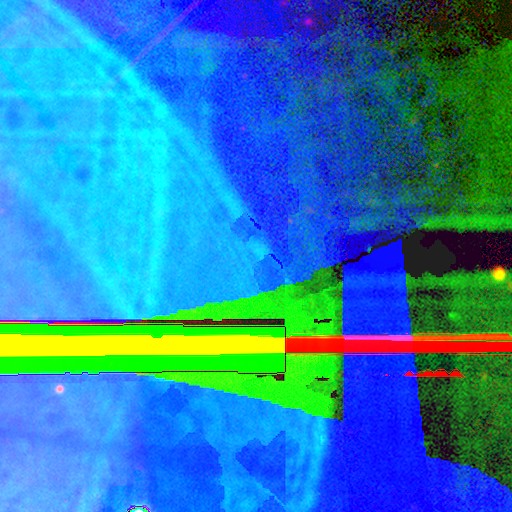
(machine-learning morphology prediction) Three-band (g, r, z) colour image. It shows a star or artifact, not a galaxy (87%).